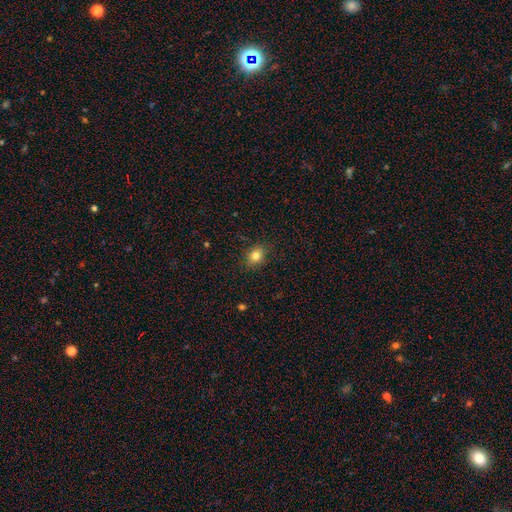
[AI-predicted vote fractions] smooth_or_featured: smooth (p=0.80) [alt: star or artifact p=0.12]
how_rounded: in between (p=0.52) [alt: round p=0.47]
merging: none (p=0.86) [alt: minor disturbance p=0.10]